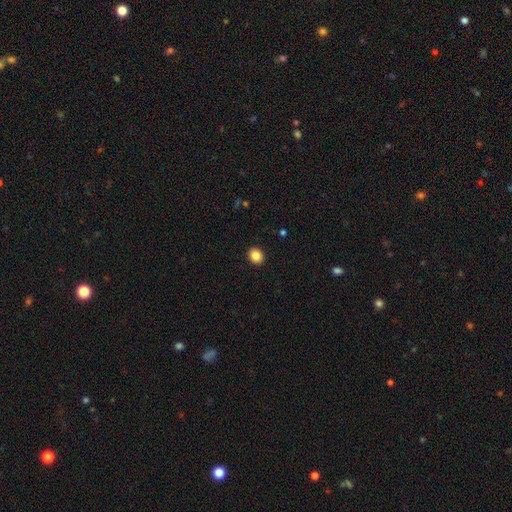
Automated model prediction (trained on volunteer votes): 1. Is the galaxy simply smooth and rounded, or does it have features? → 85% smooth, 10% star or artifact, 5% featured or disk.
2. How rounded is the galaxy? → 72% round, 28% in between, 1% cigar-shaped.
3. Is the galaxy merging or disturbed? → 92% none, 5% minor disturbance, 2% major disturbance, 1% merger.